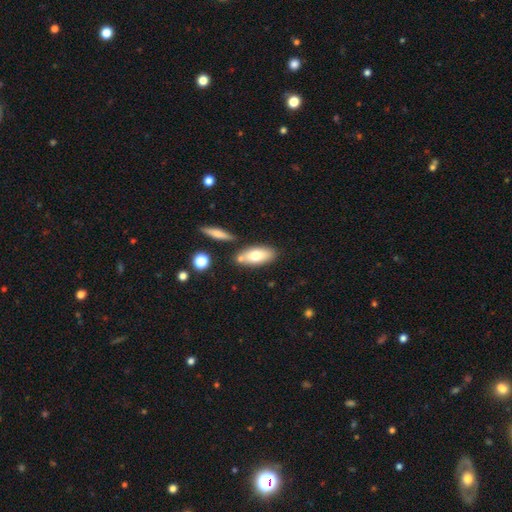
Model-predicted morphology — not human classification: Smooth or featured? Predicted: smooth (p=0.73). How rounded? Predicted: in between (p=0.84). Merging? Predicted: none (p=0.71).